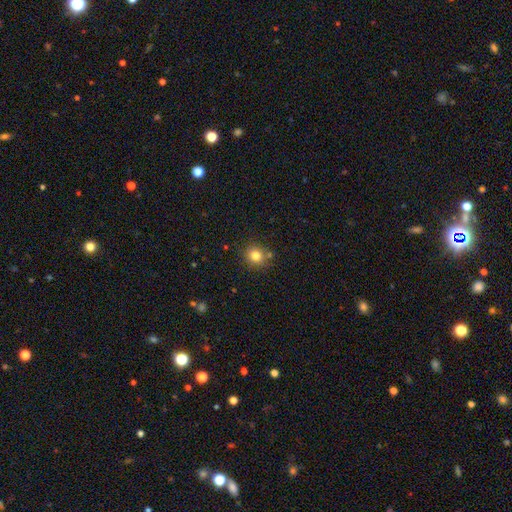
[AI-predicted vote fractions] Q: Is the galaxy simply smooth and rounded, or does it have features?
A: smooth — 80%.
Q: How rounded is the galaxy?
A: round — 83%.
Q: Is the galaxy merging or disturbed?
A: none — 78%.